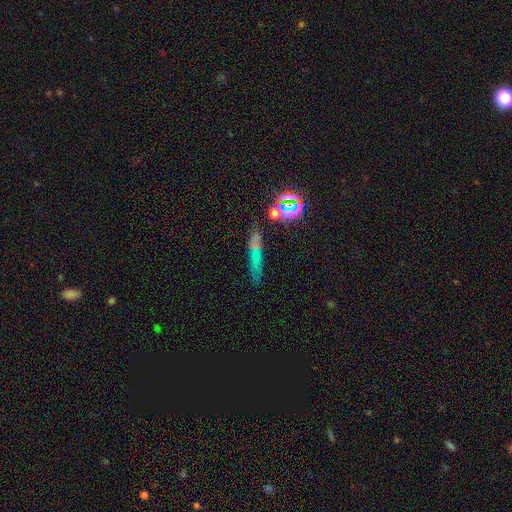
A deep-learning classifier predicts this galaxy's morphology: Smooth or featured? smooth (47%)
Merging? none (69%)